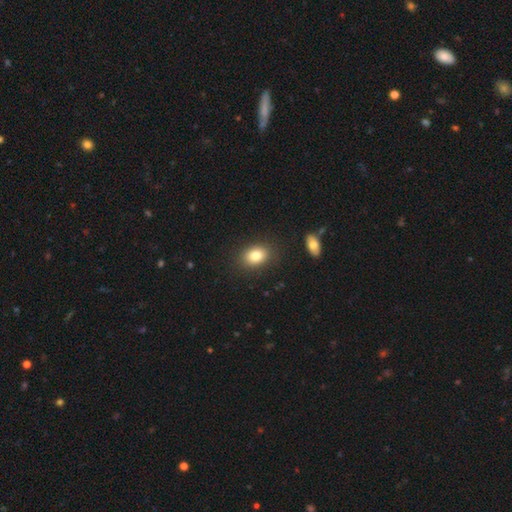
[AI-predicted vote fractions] Q: Smooth or featured?
A: smooth (82%); runner-up: star or artifact (9%)
Q: How rounded?
A: in between (72%); runner-up: round (27%)
Q: Merging?
A: none (85%); runner-up: minor disturbance (9%)